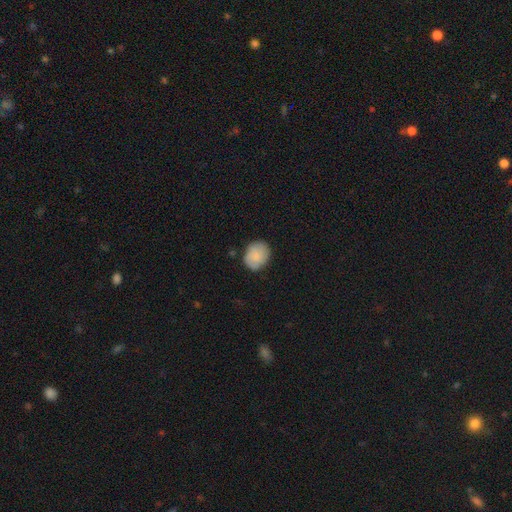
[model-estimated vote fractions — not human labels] This appears to be a smooth galaxy with no disk features (80%) that is round (58%). Merging: none (75%).